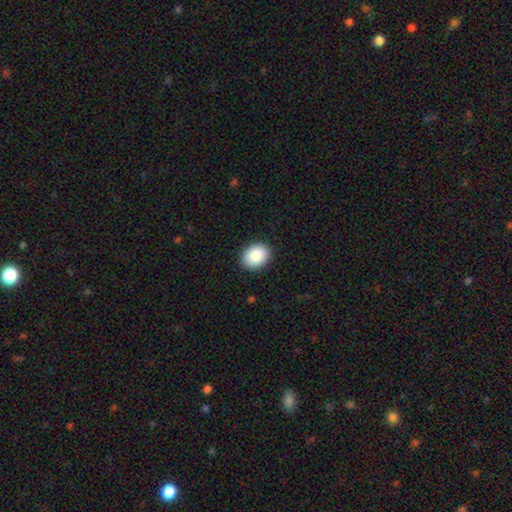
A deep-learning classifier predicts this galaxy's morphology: A smooth galaxy with no disk features (87%) that is in between round and cigar-shaped (61%). Merging: none (90%).